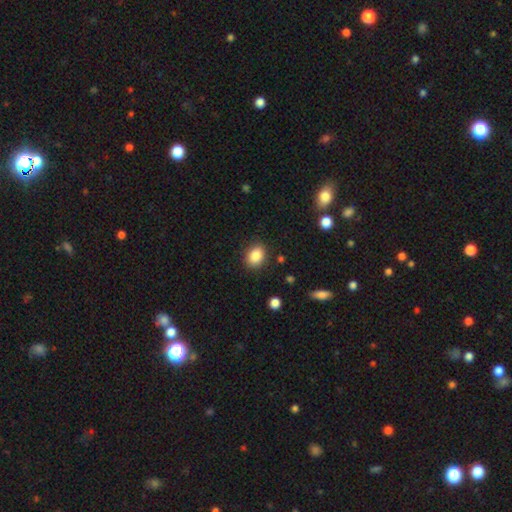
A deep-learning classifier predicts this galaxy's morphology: This appears to be a smooth galaxy with no disk features (87%) that is in between round and cigar-shaped (61%). Merging: none (86%).